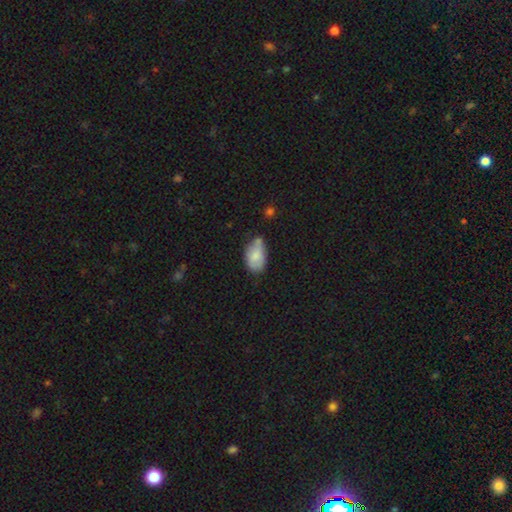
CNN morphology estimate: type=smooth (75%); roundness=in between (91%); merging=none (44%).